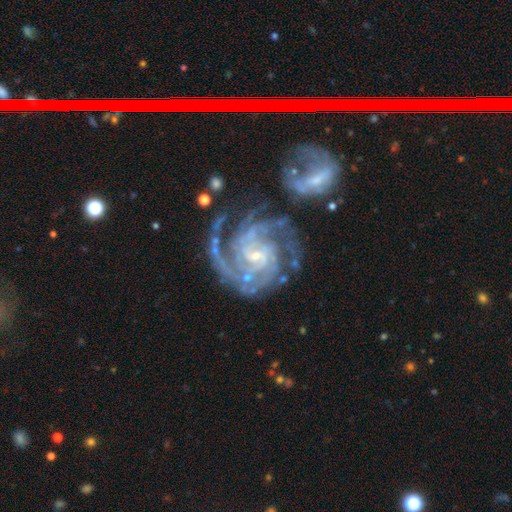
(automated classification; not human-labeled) Q: Smooth or featured?
A: featured or disk (93%); runner-up: star or artifact (4%)
Q: Edge-on disk?
A: no (98%); runner-up: yes (2%)
Q: Bar?
A: weak (42%); runner-up: no (39%)
Q: Spiral arms?
A: yes (99%); runner-up: no (1%)
Q: Spiral winding?
A: tight (67%); runner-up: medium (29%)
Q: Spiral arm count?
A: 3 (30%); runner-up: 2 (26%)
Q: Bulge size?
A: small (77%); runner-up: moderate (16%)
Q: Merging?
A: none (54%); runner-up: minor disturbance (17%)